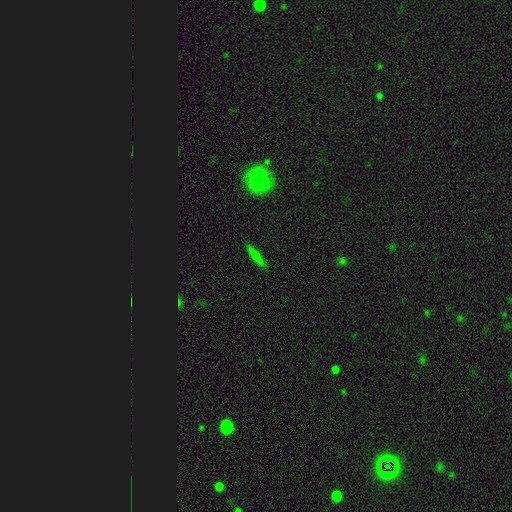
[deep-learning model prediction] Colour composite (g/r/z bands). It shows a smooth galaxy with no disk features (69%) that is cigar-shaped (92%). Merging: none (89%).